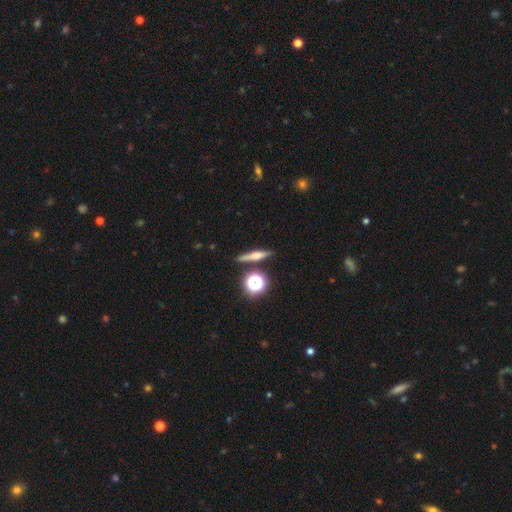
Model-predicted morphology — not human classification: Smooth or featured? featured or disk (44%)
Merging? none (83%)